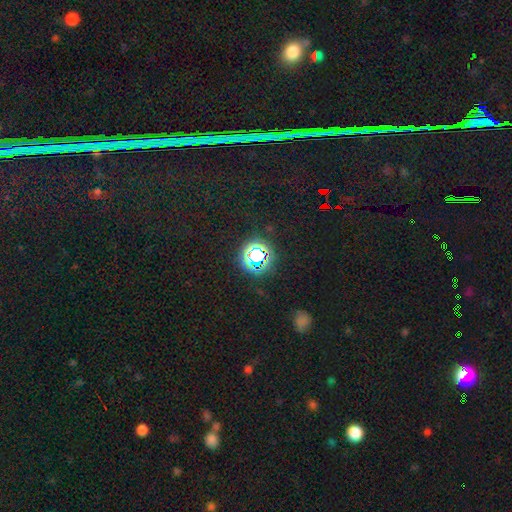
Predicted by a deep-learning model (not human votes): This is likely a star or artifact rather than a galaxy (70%).